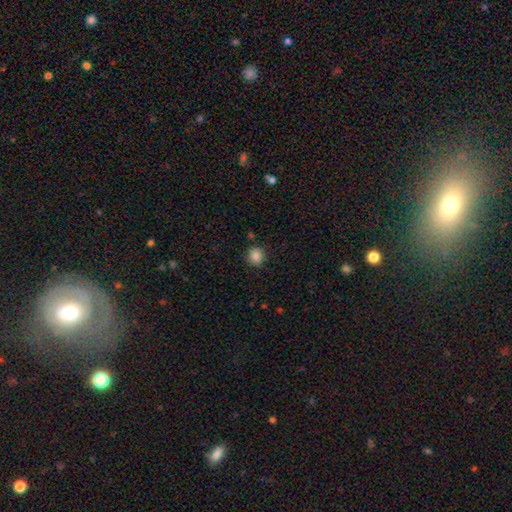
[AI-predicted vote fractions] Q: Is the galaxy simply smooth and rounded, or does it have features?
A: smooth — 86%.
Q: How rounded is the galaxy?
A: round — 81%.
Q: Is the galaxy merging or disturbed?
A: none — 86%.